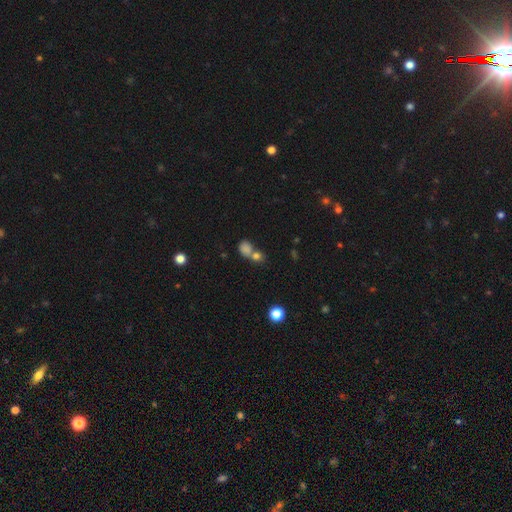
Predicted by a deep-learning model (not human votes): Smooth or featured?
  - smooth: 52% *
  - star or artifact: 31%
  - featured or disk: 17%
How rounded?
  - in between: 53% *
  - round: 38%
  - cigar-shaped: 10%
Merging?
  - none: 47% *
  - merger: 34%
  - minor disturbance: 11%
  - major disturbance: 8%